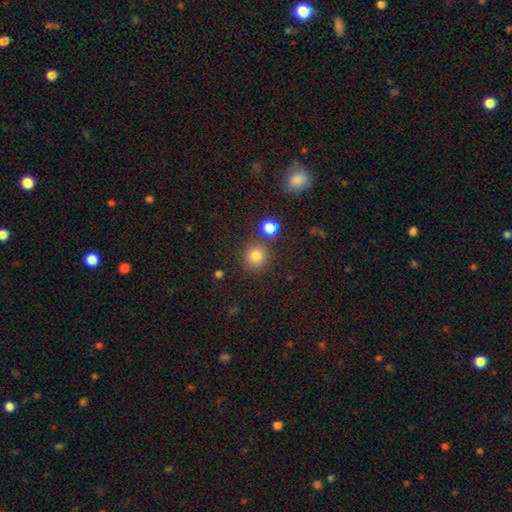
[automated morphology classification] Overall: smooth (81%). How rounded: round (91%). Merging: none (78%).